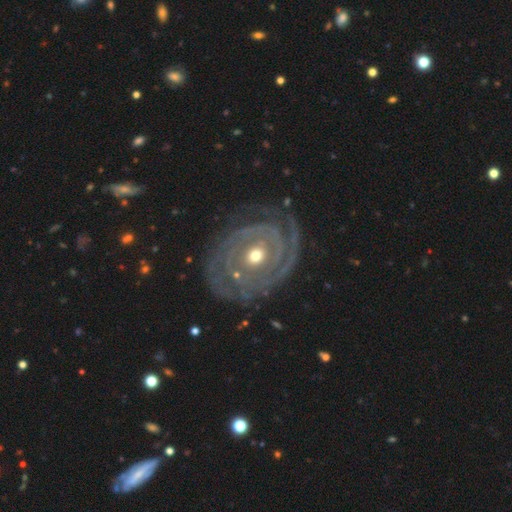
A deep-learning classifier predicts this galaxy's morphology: type=featured or disk (88%); edge-on=no (97%); bar=no (80%); spiral arms=yes (92%); winding=tight (77%); arm count=2 (38%); bulge=moderate (60%); merging=none (72%).